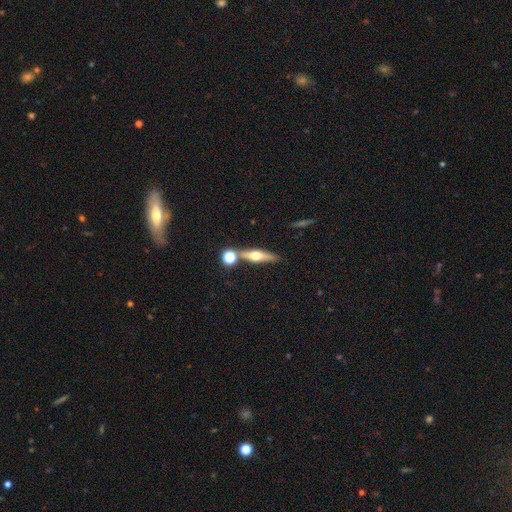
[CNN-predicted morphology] Smooth or featured? featured or disk (57%)
Edge-on disk? yes (92%)
Edge-on bulge? rounded (94%)
Merging? none (75%)